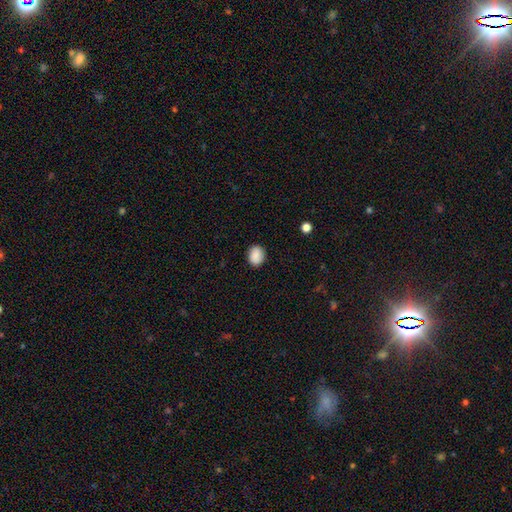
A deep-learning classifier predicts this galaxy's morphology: Smooth or featured?
  - smooth: 86% *
  - star or artifact: 8%
  - featured or disk: 6%
How rounded?
  - round: 55% *
  - in between: 44%
  - cigar-shaped: 1%
Merging?
  - none: 86% *
  - minor disturbance: 10%
  - major disturbance: 2%
  - merger: 1%